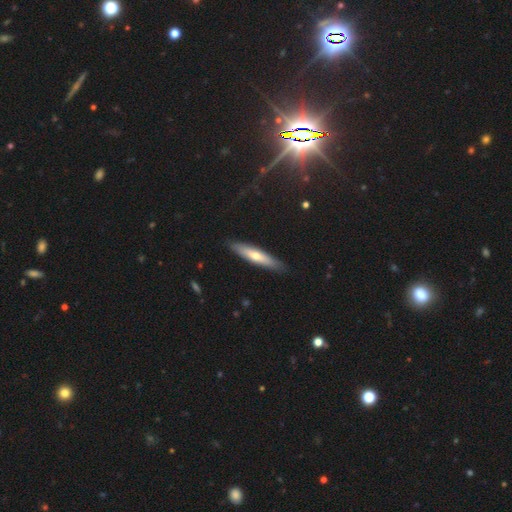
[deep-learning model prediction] smooth_or_featured: smooth (p=0.55) [alt: featured or disk p=0.40]
how_rounded: cigar-shaped (p=0.82) [alt: in between p=0.16]
merging: none (p=0.87) [alt: minor disturbance p=0.10]